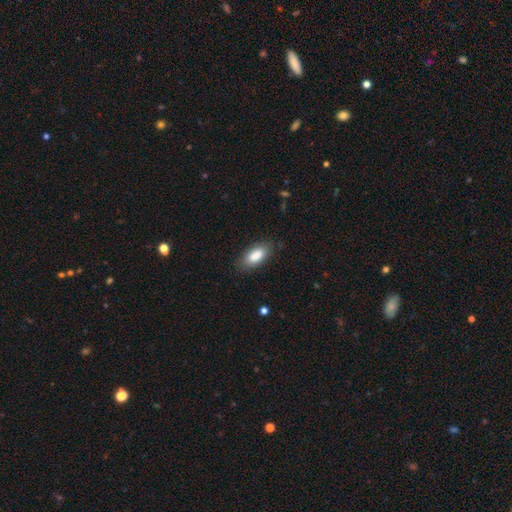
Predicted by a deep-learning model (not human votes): Smooth or featured? smooth (86%)
How rounded? in between (88%)
Merging? none (82%)